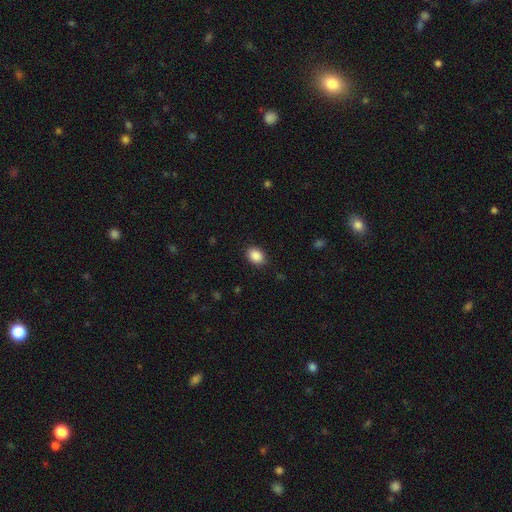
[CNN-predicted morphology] The model was most divided on "how rounded": in between: 69%, round: 30%, cigar-shaped: 1%. More confident: smooth or featured — smooth (89%); merging — none (88%).